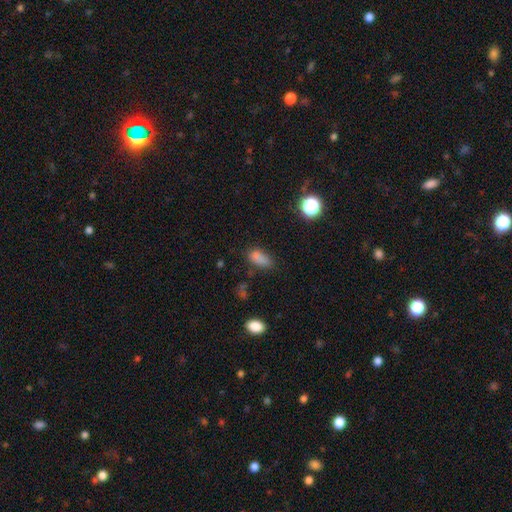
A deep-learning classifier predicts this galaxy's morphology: This is likely a smooth galaxy (78%). How rounded: clearly in between (82%). Merging: likely none (62%).